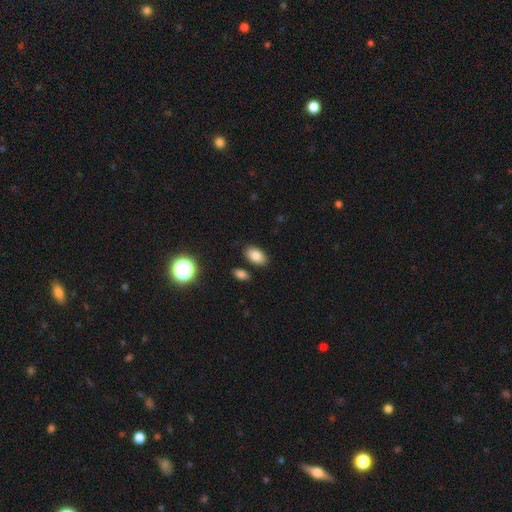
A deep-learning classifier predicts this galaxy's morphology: The model was most divided on "smooth or featured": smooth: 82%, star or artifact: 9%, featured or disk: 8%. More confident: how rounded — in between (91%); merging — none (84%).